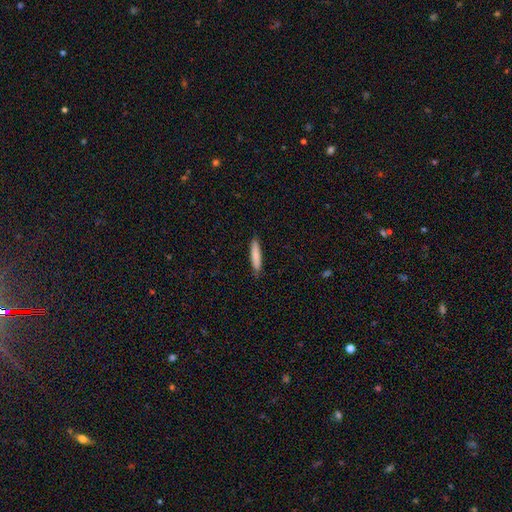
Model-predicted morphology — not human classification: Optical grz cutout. It shows a smooth galaxy with no disk features (82%) that is cigar-shaped (87%). Merging: none (87%).